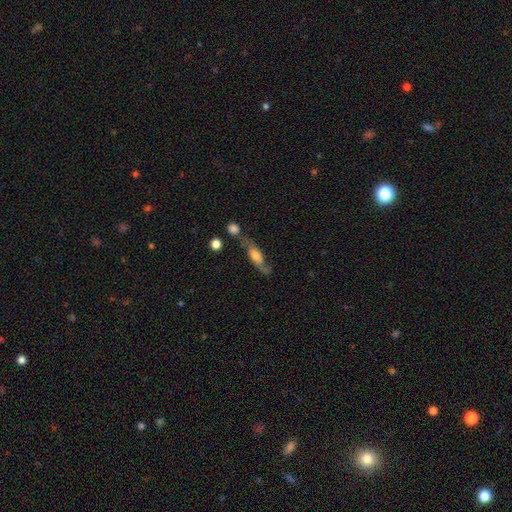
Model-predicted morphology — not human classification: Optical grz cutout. It shows a featured or disk galaxy (59%). Merging: none (46%).